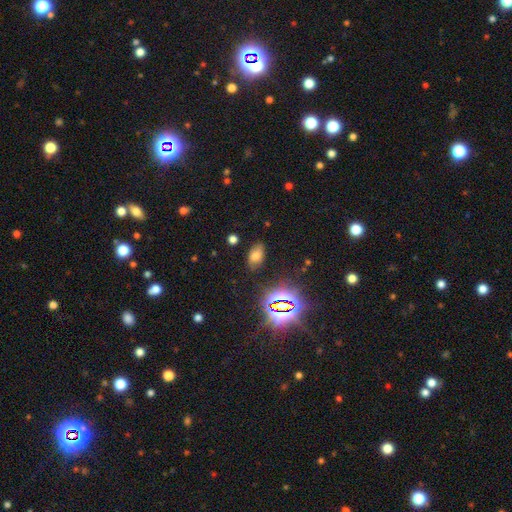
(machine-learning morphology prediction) type=smooth (62%); roundness=in between (91%); merging=none (80%).